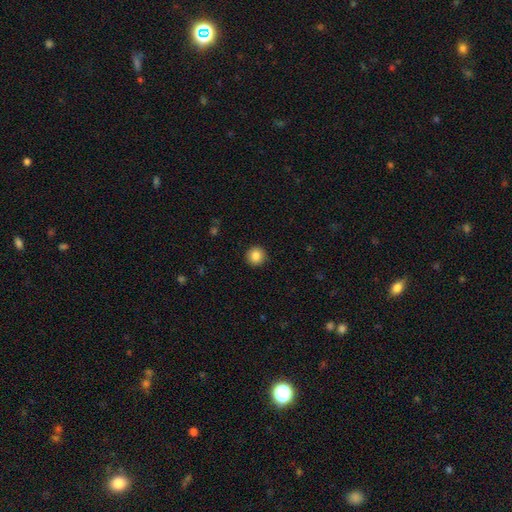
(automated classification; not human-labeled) This is clearly a smooth galaxy (86%). How rounded: clearly round (95%). Merging: clearly none (93%).